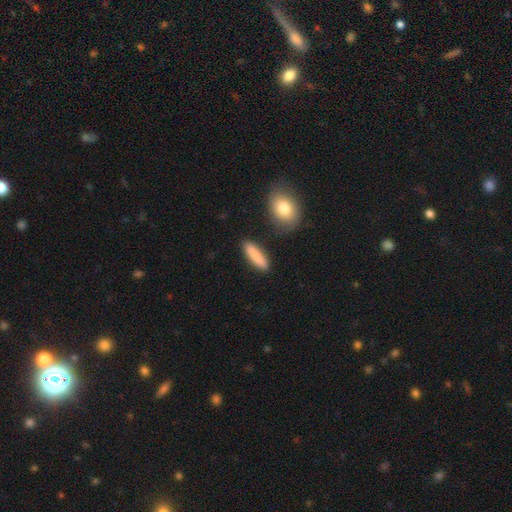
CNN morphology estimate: Smooth or featured: smooth — 86% (featured or disk — 9%)
How rounded: cigar-shaped — 69% (in between — 29%)
Merging: none — 85% (minor disturbance — 9%)